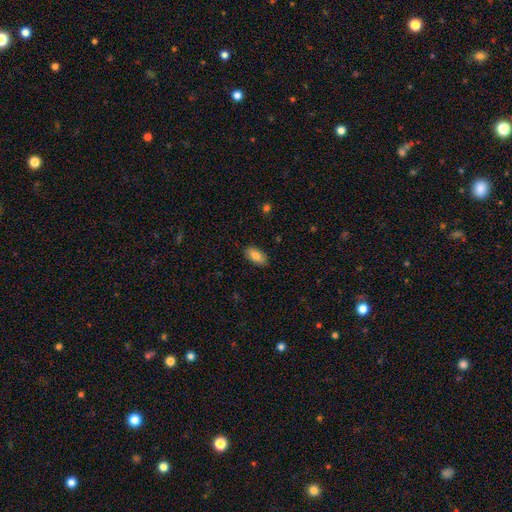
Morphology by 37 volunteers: smooth_or_featured: smooth (p=0.76) [alt: featured or disk p=0.19]
how_rounded: in between (p=0.82) [alt: cigar-shaped p=0.11]
merging: none (p=0.86) [alt: minor disturbance p=0.09]